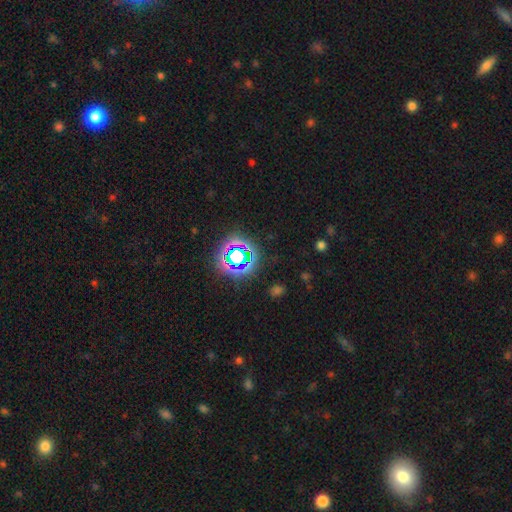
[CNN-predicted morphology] Overall: star or artifact (68%).